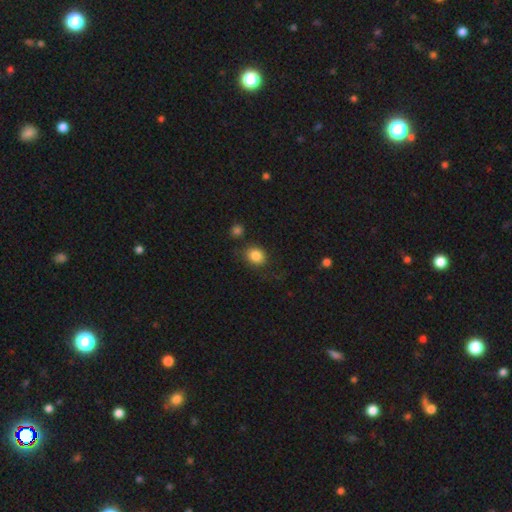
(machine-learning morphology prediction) type=smooth (84%); roundness=round (60%); merging=none (75%).